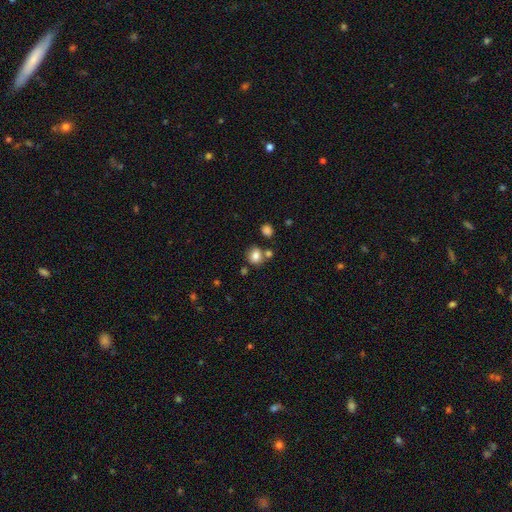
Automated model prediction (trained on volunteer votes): Smooth or featured: smooth — 81% (star or artifact — 11%)
How rounded: round — 72% (in between — 27%)
Merging: none — 67% (merger — 17%)